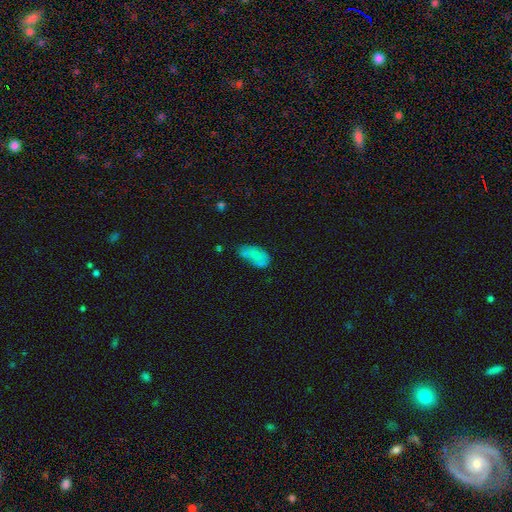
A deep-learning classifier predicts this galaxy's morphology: This is likely a smooth galaxy (64%). How rounded: clearly in between (91%). Merging: marginally none (38%).